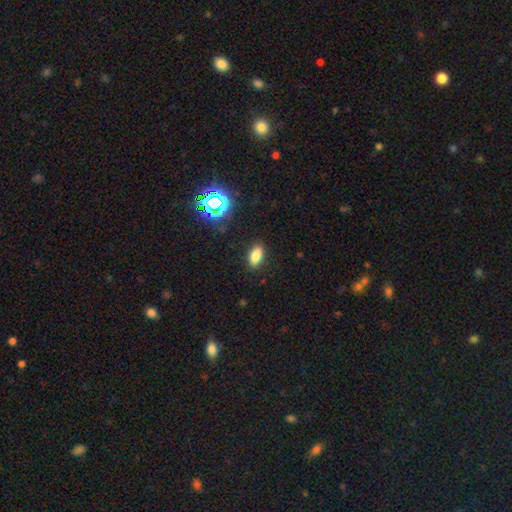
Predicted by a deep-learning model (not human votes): A smooth galaxy with no disk features (79%) that is in between round and cigar-shaped (89%). Merging: none (88%).